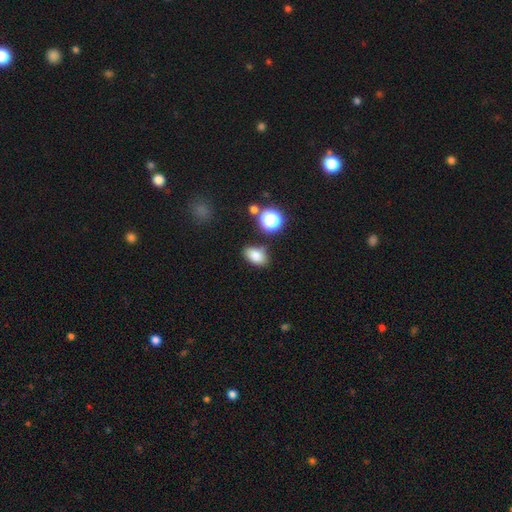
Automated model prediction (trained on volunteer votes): Overall: smooth (79%). How rounded: in between (84%). Merging: none (75%).